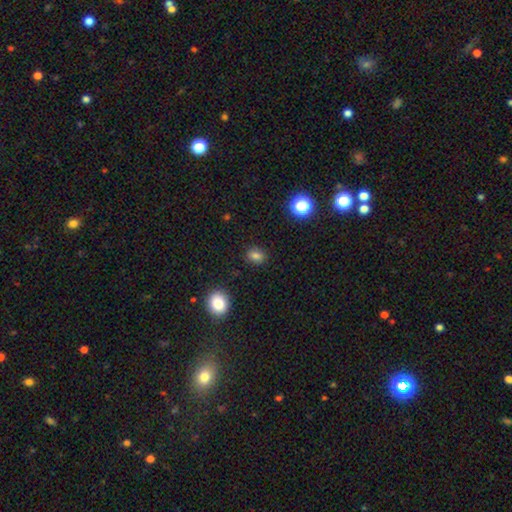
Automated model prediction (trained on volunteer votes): This appears to be a smooth galaxy with no disk features (79%) that is round (52%). Merging: none (87%).